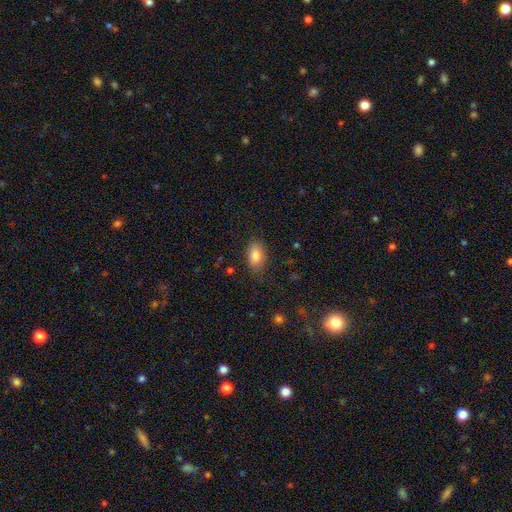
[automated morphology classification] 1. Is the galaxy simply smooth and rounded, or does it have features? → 84% smooth, 8% featured or disk, 8% star or artifact.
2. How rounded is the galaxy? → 90% in between, 7% round, 2% cigar-shaped.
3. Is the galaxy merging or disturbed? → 81% none, 14% minor disturbance, 4% major disturbance, 1% merger.